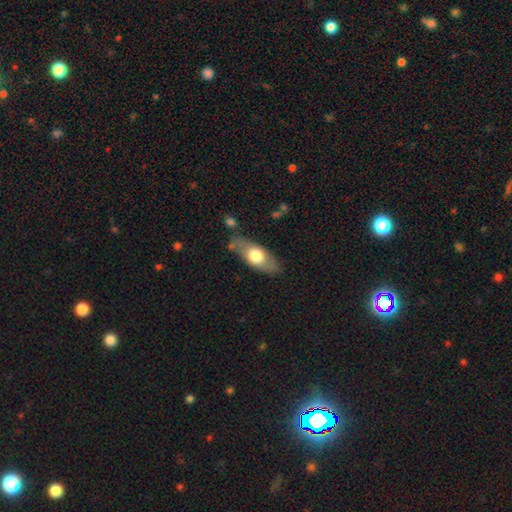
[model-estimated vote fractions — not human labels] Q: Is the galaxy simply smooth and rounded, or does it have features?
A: smooth — 60%.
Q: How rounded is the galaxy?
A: in between — 79%.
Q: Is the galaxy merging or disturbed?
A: none — 72%.